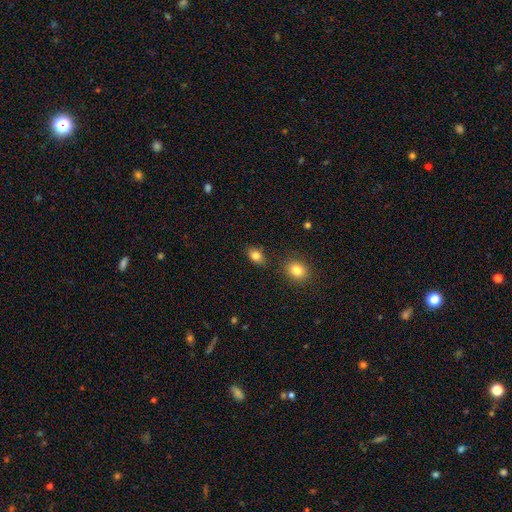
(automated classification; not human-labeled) Smooth or featured? smooth (82%)
How rounded? in between (77%)
Merging? none (79%)